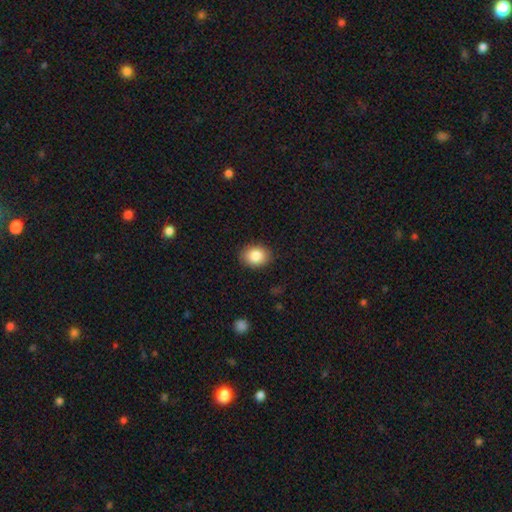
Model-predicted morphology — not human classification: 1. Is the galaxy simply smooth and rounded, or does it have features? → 86% smooth, 8% star or artifact, 6% featured or disk.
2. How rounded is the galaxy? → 56% in between, 43% round, 1% cigar-shaped.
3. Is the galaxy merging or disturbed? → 88% none, 9% minor disturbance, 2% major disturbance, 1% merger.